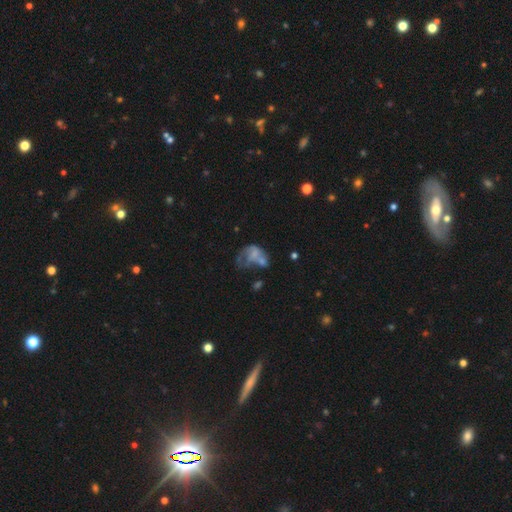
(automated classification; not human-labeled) Smooth or featured?
  - featured or disk: 44% *
  - smooth: 43%
  - star or artifact: 13%
Merging?
  - major disturbance: 40% *
  - merger: 29%
  - none: 16%
  - minor disturbance: 14%